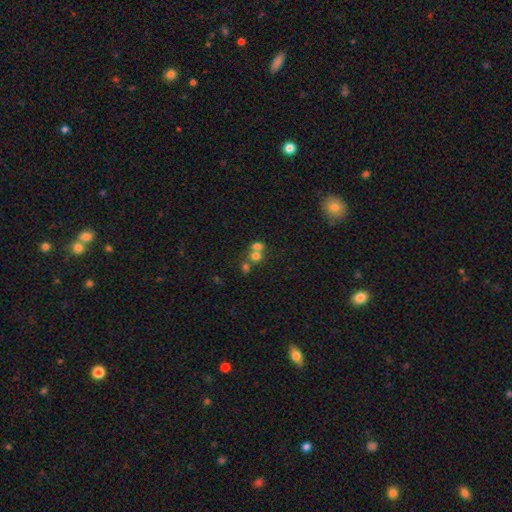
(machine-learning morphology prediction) This appears to be a smooth galaxy with no disk features (67%) that is round (72%). Merging: merger (57%).